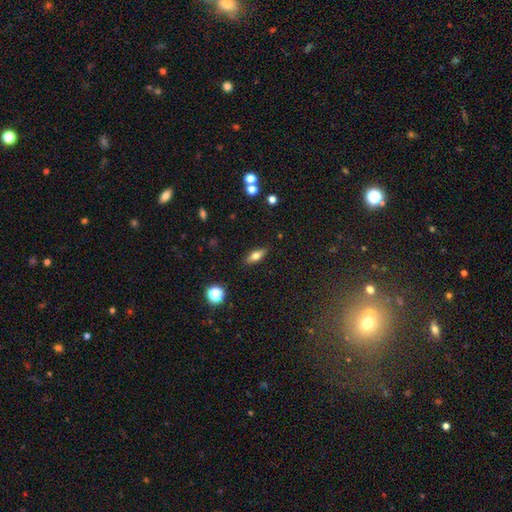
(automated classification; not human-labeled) A smooth galaxy with no disk features (60%) that is in between round and cigar-shaped (64%).

Vote fractions:
- Smooth or featured? smooth: 60% / featured or disk: 31% / star or artifact: 9%
- How rounded? in between: 64% / cigar-shaped: 31% / round: 5%
- Merging? none: 87% / minor disturbance: 9% / major disturbance: 2% / merger: 1%